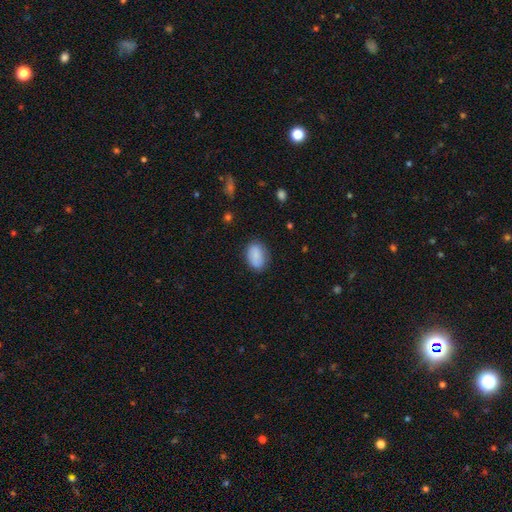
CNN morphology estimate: Smooth or featured? smooth (83%)
How rounded? in between (85%)
Merging? none (78%)